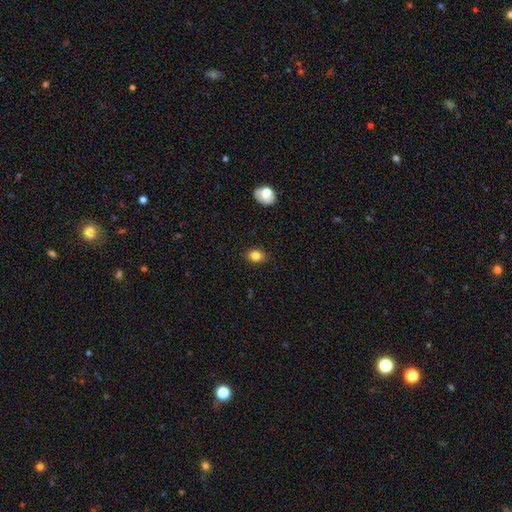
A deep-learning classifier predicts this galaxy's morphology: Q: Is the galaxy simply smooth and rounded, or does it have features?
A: smooth — 83%.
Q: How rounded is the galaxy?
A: in between — 56%.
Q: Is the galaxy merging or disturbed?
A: none — 86%.